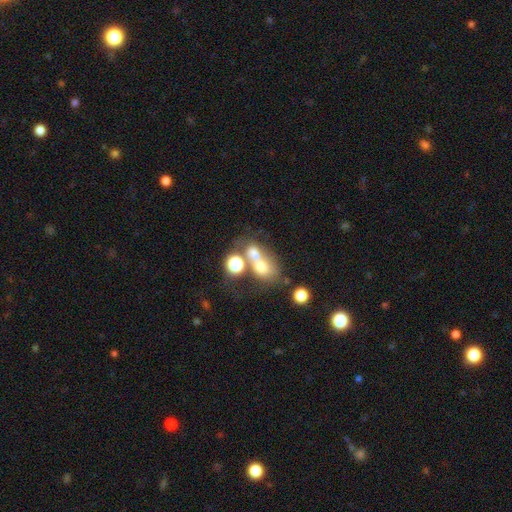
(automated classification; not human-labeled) smooth 61%, featured or disk 23%, star or artifact 17%. Down the decision tree: how rounded — in between (59%); merging — merger (55%).